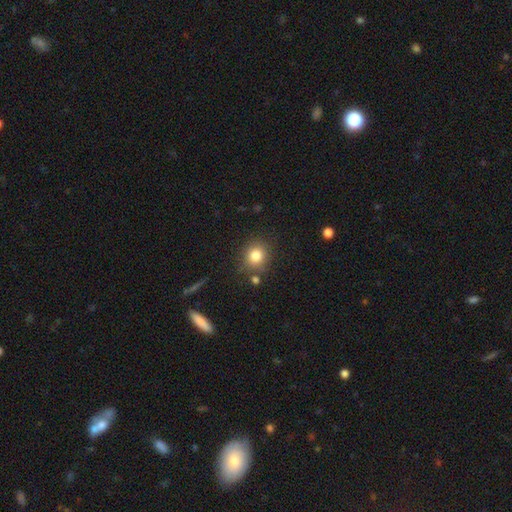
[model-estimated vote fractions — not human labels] smooth_or_featured: smooth (p=0.81) [alt: star or artifact p=0.12]
how_rounded: round (p=0.81) [alt: in between p=0.18]
merging: none (p=0.80) [alt: minor disturbance p=0.11]